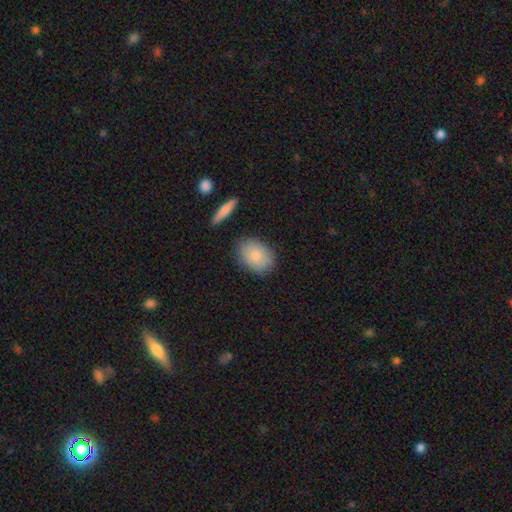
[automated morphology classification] This is clearly a smooth galaxy (84%). How rounded: likely in between (77%). Merging: clearly none (82%).